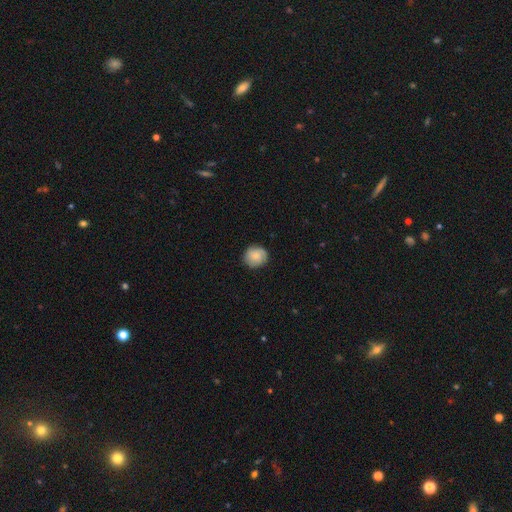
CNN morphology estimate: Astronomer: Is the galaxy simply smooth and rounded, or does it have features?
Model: smooth — 79%.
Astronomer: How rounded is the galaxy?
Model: round — 85%.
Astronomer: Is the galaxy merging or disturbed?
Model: none — 85%.